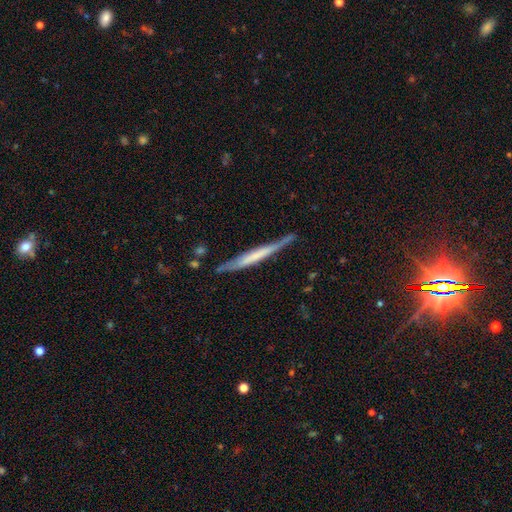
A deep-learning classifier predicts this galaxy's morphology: smooth_or_featured: featured or disk (p=0.55) [alt: smooth p=0.39]
disk_edge_on: yes (p=0.93) [alt: no p=0.07]
edge_on_bulge: none (p=0.64) [alt: boxy p=0.23]
merging: none (p=0.73) [alt: minor disturbance p=0.20]